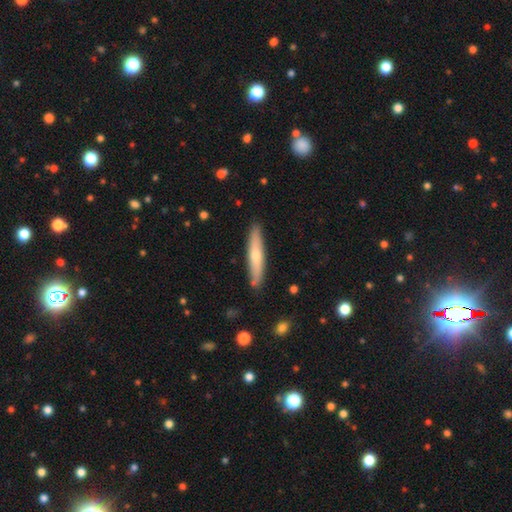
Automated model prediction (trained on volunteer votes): This appears to be a smooth galaxy with no disk features (54%) that is cigar-shaped (91%). Merging: none (88%).